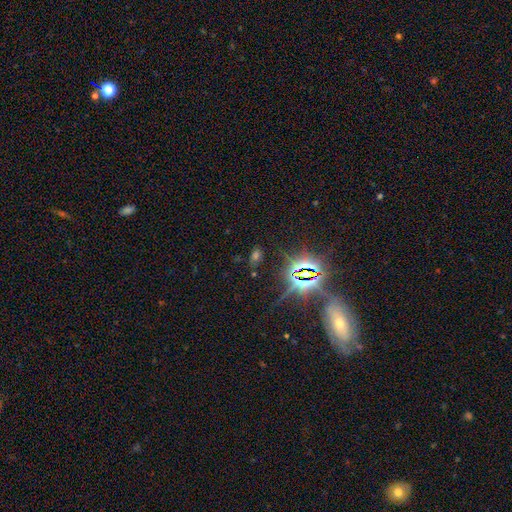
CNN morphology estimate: Smooth or featured: star or artifact — 64% (smooth — 25%)